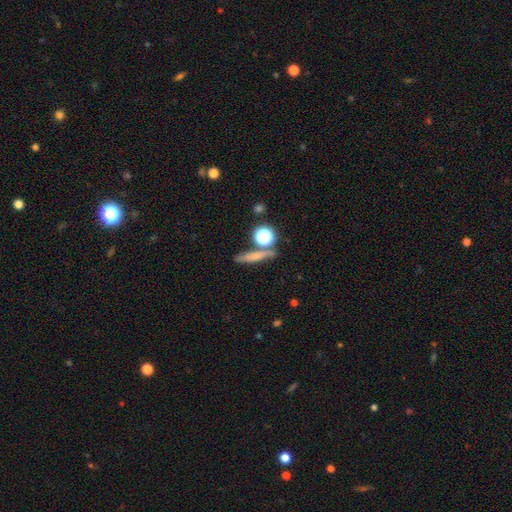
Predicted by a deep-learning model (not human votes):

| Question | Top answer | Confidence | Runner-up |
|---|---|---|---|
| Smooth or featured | smooth | 58% | featured or disk (27%) |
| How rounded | cigar-shaped | 69% | round (19%) |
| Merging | none | 73% | merger (12%) |